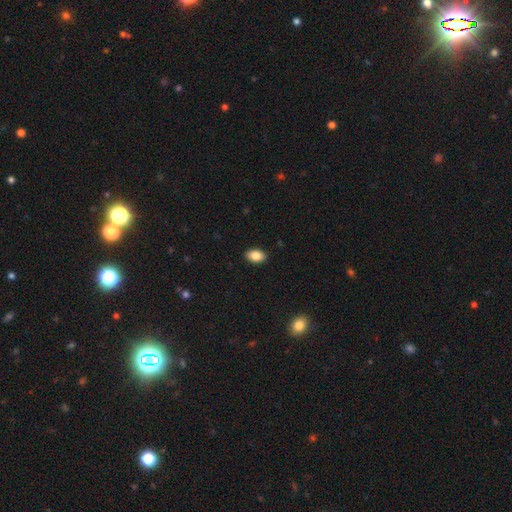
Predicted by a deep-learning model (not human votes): Smooth or featured?
  - smooth: 86% *
  - star or artifact: 8%
  - featured or disk: 7%
How rounded?
  - in between: 88% *
  - round: 10%
  - cigar-shaped: 1%
Merging?
  - none: 90% *
  - minor disturbance: 7%
  - major disturbance: 2%
  - merger: 1%